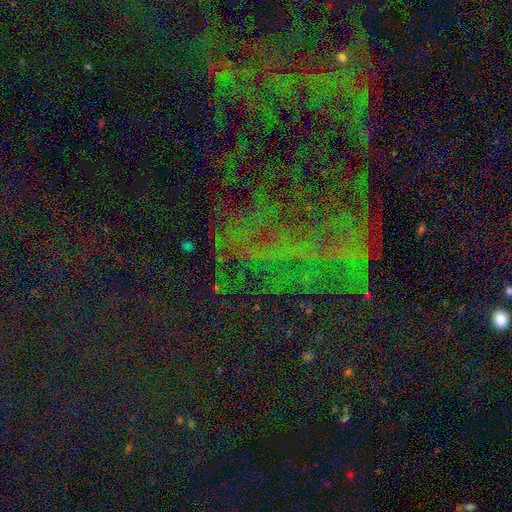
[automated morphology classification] star or artifact 75%, featured or disk 14%, smooth 11%.